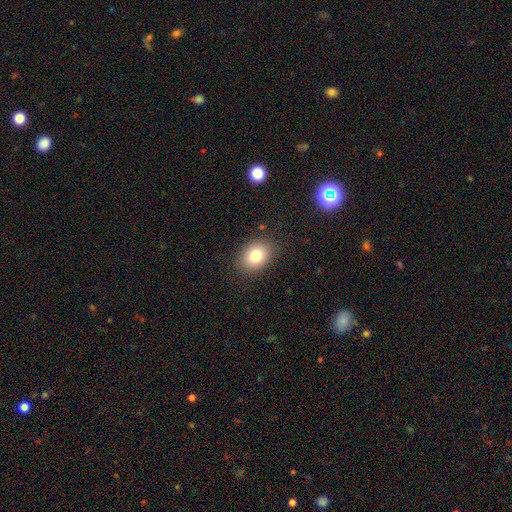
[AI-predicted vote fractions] This is likely a smooth galaxy (80%). How rounded: likely in between (61%). Merging: clearly none (86%).